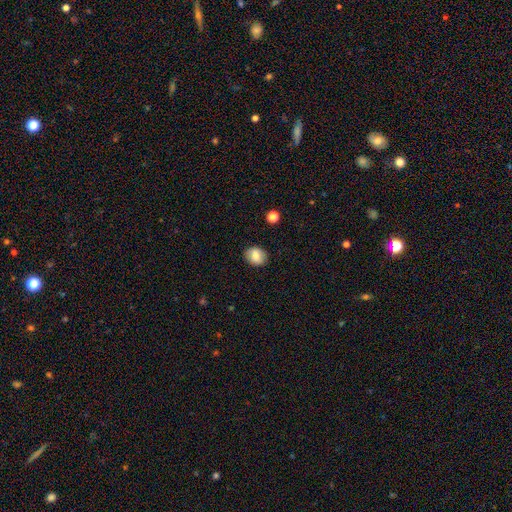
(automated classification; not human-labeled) A smooth galaxy with no disk features (77%) that is round (54%).

Vote fractions:
- Smooth or featured? smooth: 77% / featured or disk: 14% / star or artifact: 9%
- How rounded? round: 54% / in between: 45% / cigar-shaped: 1%
- Merging? none: 87% / minor disturbance: 9% / major disturbance: 2% / merger: 1%